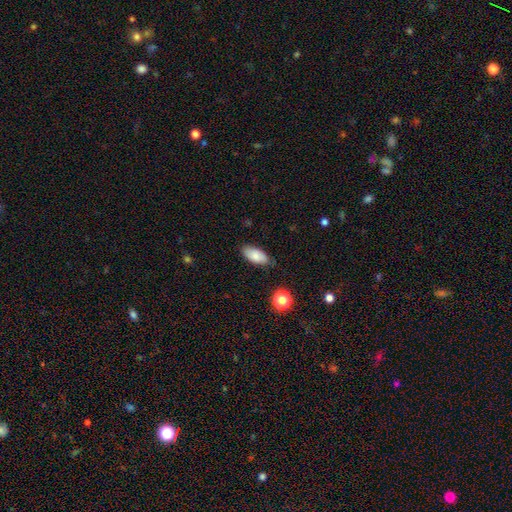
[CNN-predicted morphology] smooth 81%, featured or disk 11%, star or artifact 8%. Down the decision tree: how rounded — in between (91%); merging — none (79%).